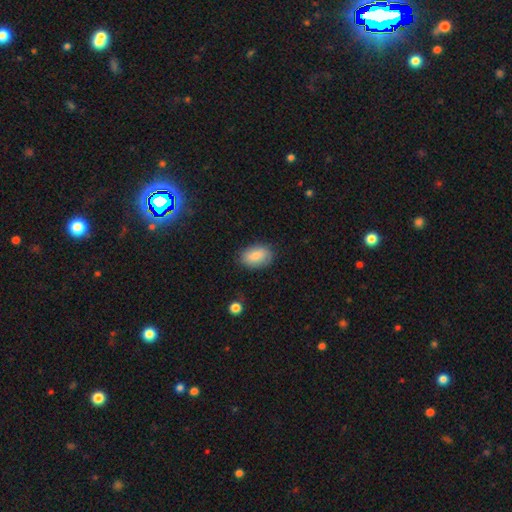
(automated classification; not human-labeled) This is clearly a smooth galaxy (81%). How rounded: clearly in between (88%). Merging: clearly none (81%).